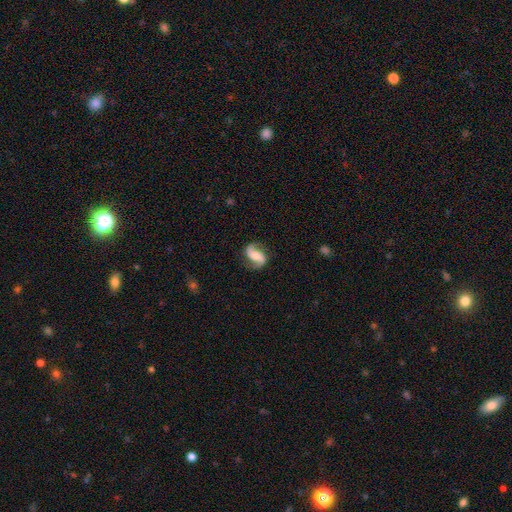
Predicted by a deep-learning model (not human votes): Smooth or featured: featured or disk — 80% (smooth — 13%)
Edge-on disk: no — 97% (yes — 3%)
Bar: no — 40% (weak — 35%)
Spiral arms: yes — 96% (no — 4%)
Spiral winding: loose — 54% (medium — 34%)
Spiral arm count: 2 — 92% (1 — 3%)
Bulge size: moderate — 42% (small — 27%)
Merging: none — 79% (minor disturbance — 14%)